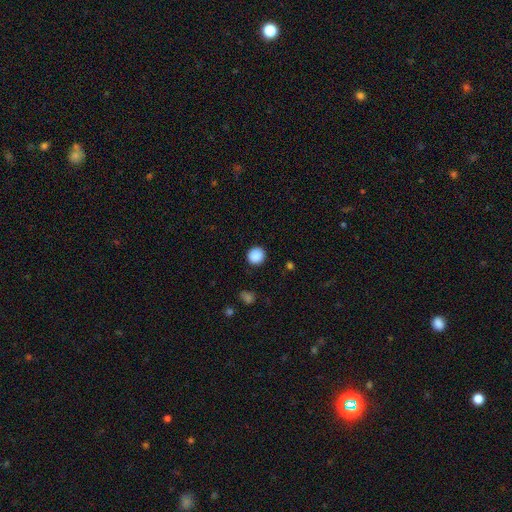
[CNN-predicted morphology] A smooth galaxy with no disk features (89%) that is round (90%). Merging: none (90%).